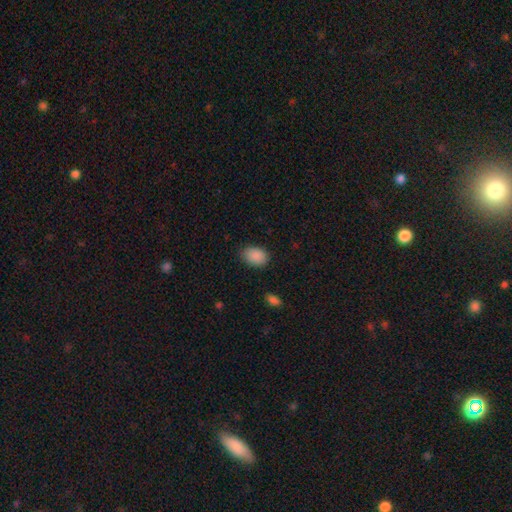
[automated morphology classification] smooth_or_featured: smooth (p=0.89) [alt: star or artifact p=0.08]
how_rounded: in between (p=0.81) [alt: round p=0.18]
merging: none (p=0.83) [alt: minor disturbance p=0.13]